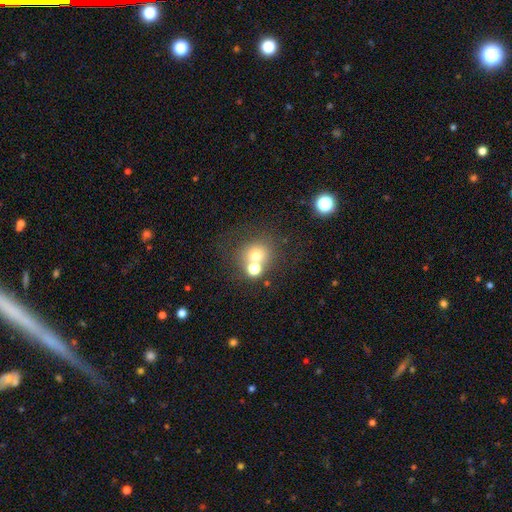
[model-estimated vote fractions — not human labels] A smooth galaxy with no disk features (66%) that is round (86%).

Vote fractions:
- Smooth or featured? smooth: 66% / star or artifact: 18% / featured or disk: 16%
- How rounded? round: 86% / in between: 14% / cigar-shaped: 1%
- Merging? none: 49% / merger: 38% / minor disturbance: 8% / major disturbance: 5%